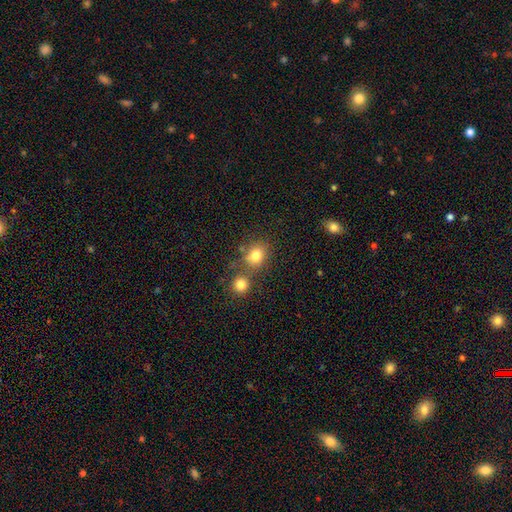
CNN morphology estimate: Smooth or featured? Predicted: smooth (p=0.79). How rounded? Predicted: round (p=0.68). Merging? Predicted: none (p=0.58).